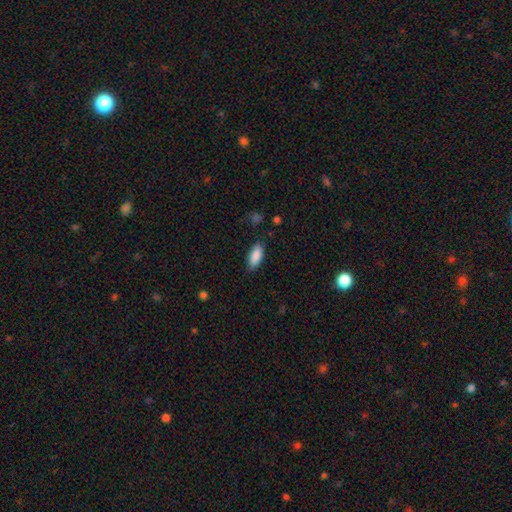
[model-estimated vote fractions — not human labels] Smooth or featured? smooth (88%)
How rounded? in between (78%)
Merging? none (84%)